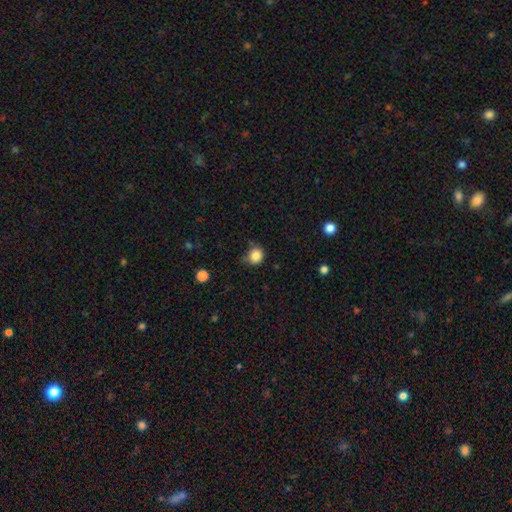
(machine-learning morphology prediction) Q: Smooth or featured?
A: smooth (85%); runner-up: star or artifact (11%)
Q: How rounded?
A: round (86%); runner-up: in between (13%)
Q: Merging?
A: none (65%); runner-up: minor disturbance (26%)